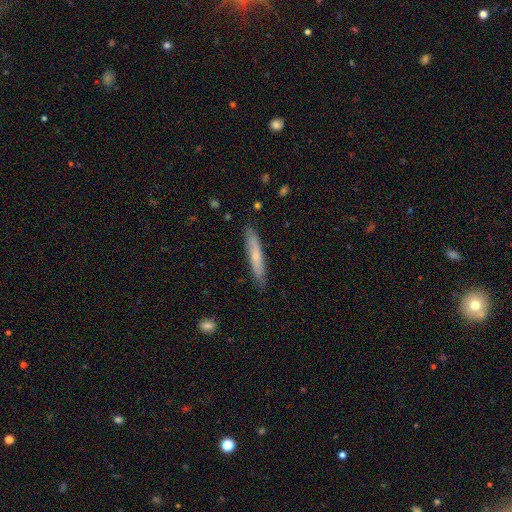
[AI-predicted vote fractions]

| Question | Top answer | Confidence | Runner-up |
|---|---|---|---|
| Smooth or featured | smooth | 60% | featured or disk (34%) |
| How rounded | cigar-shaped | 92% | in between (6%) |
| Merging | none | 86% | minor disturbance (11%) |